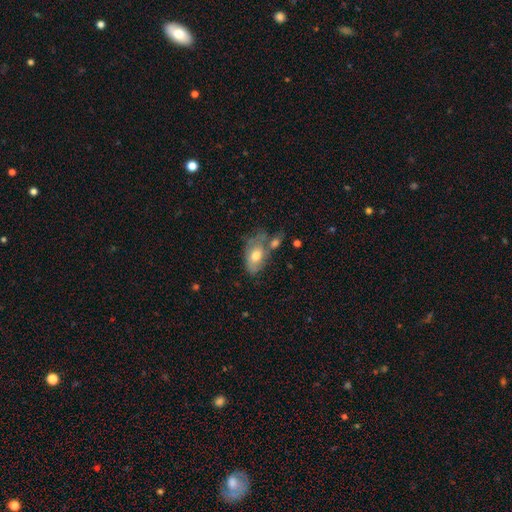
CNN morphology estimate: Smooth or featured?
  - smooth: 60% *
  - featured or disk: 32%
  - star or artifact: 7%
How rounded?
  - in between: 89% *
  - round: 8%
  - cigar-shaped: 2%
Merging?
  - none: 34% *
  - merger: 27%
  - minor disturbance: 24%
  - major disturbance: 14%